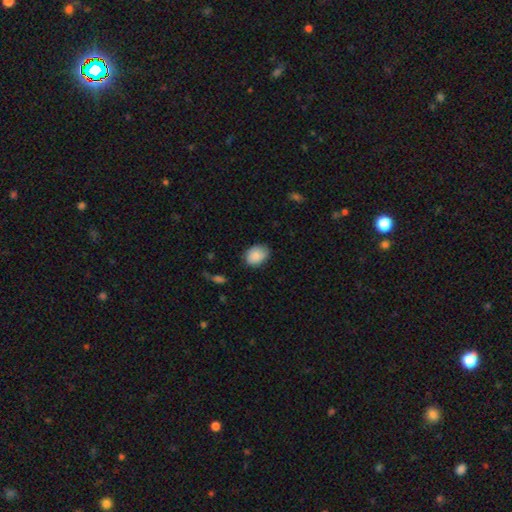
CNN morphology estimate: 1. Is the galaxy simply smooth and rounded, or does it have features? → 89% smooth, 7% star or artifact, 4% featured or disk.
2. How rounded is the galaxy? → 67% in between, 32% round, 1% cigar-shaped.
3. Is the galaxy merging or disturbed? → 78% none, 18% minor disturbance, 3% major disturbance, 1% merger.